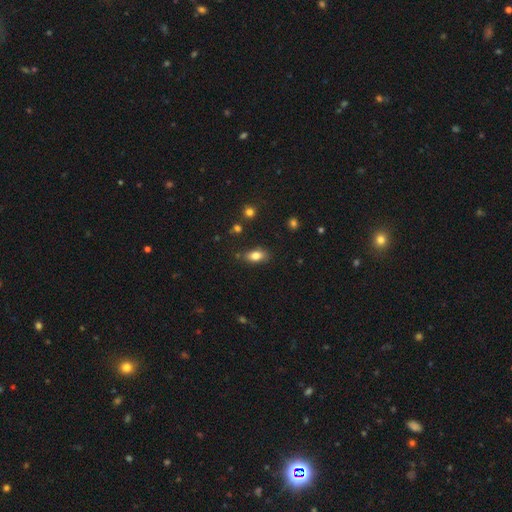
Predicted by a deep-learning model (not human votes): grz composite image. It shows a smooth galaxy with no disk features (81%) that is in between round and cigar-shaped (86%). Merging: none (76%).